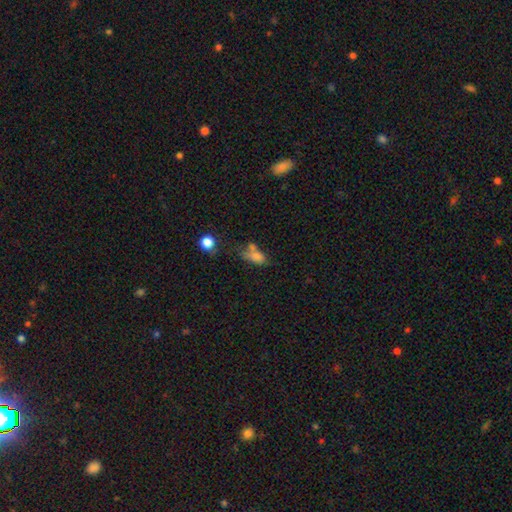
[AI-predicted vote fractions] Smooth or featured?
  - smooth: 74% *
  - featured or disk: 14%
  - star or artifact: 12%
How rounded?
  - in between: 82% *
  - round: 11%
  - cigar-shaped: 7%
Merging?
  - merger: 33% *
  - none: 31%
  - minor disturbance: 21%
  - major disturbance: 15%